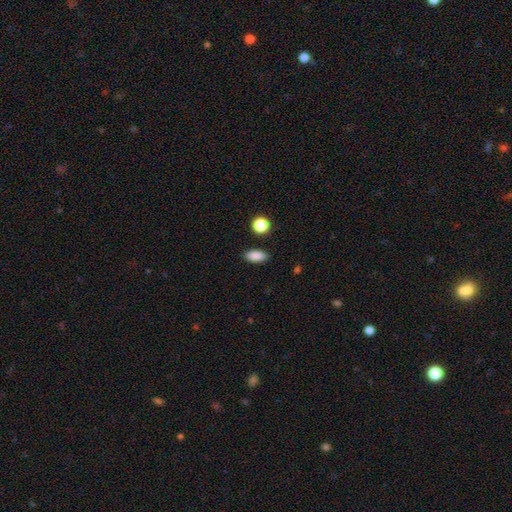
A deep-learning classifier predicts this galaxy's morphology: Overall: smooth (87%). How rounded: in between (85%). Merging: none (88%).